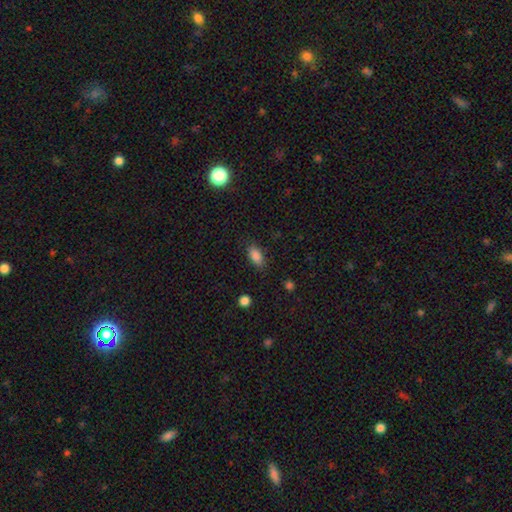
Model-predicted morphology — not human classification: A smooth galaxy with no disk features (86%) that is in between round and cigar-shaped (90%). Merging: none (83%).